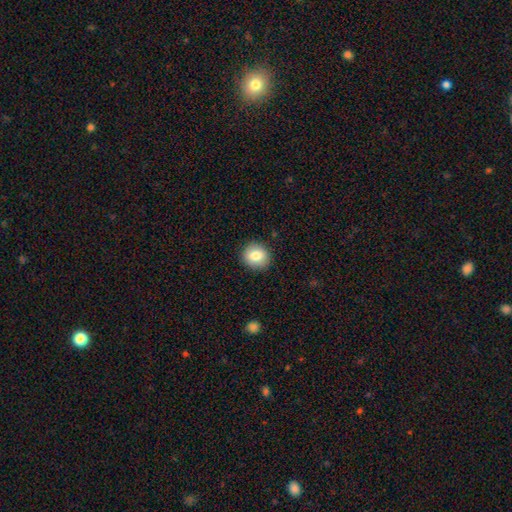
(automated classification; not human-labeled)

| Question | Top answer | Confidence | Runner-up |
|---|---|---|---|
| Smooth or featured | smooth | 83% | star or artifact (9%) |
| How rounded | round | 84% | in between (15%) |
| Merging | none | 91% | minor disturbance (7%) |